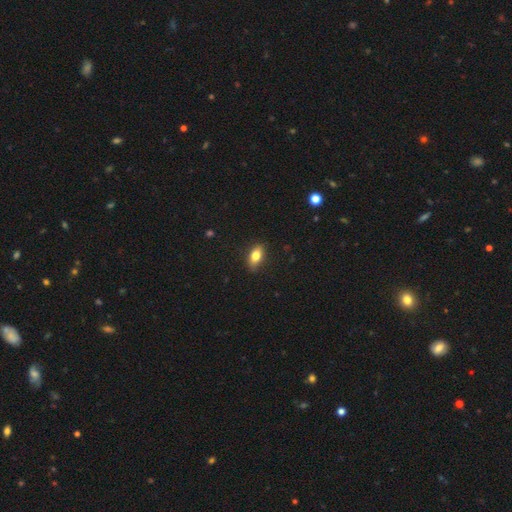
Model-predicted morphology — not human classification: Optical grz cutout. It shows a smooth galaxy with no disk features (79%) that is in between round and cigar-shaped (85%). Merging: none (85%).